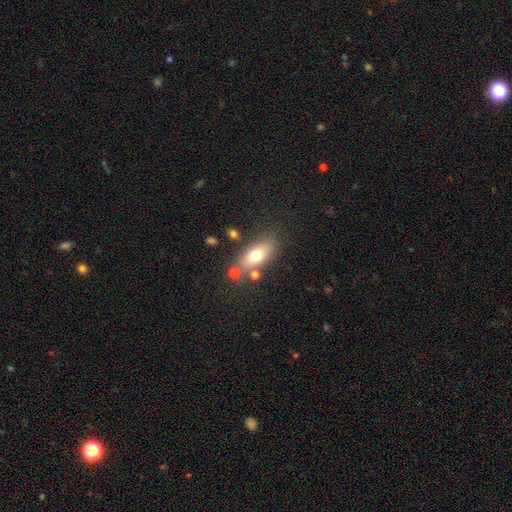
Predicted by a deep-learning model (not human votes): smooth-or-featured: smooth: 70% | featured or disk: 21% | star or artifact: 9%
  how-rounded: in between: 78% | cigar-shaped: 16% | round: 6%
  merging: none: 71% | minor disturbance: 14% | merger: 10% | major disturbance: 5%